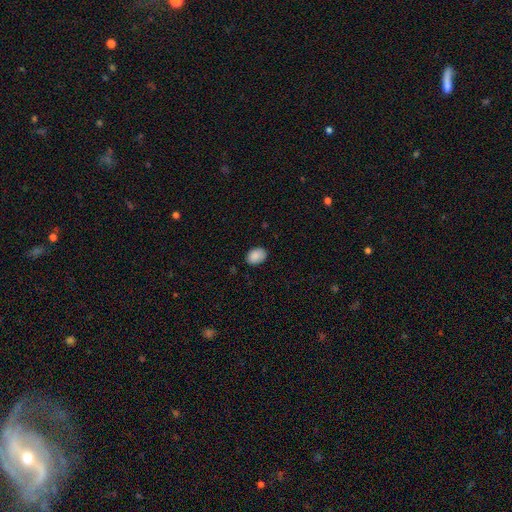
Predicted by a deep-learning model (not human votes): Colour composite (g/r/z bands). It shows a smooth galaxy with no disk features (89%) that is in between round and cigar-shaped (77%). Merging: none (85%).